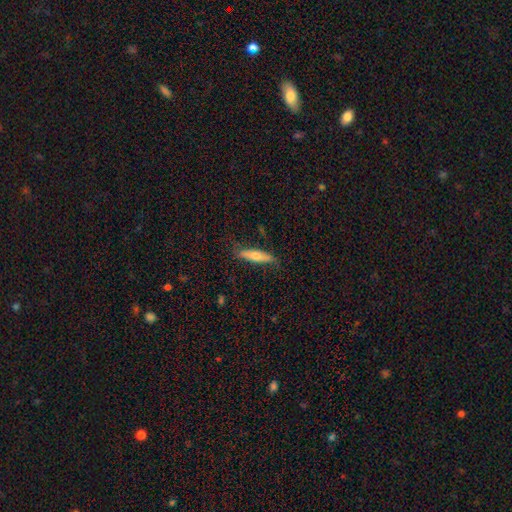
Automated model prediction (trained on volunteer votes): Smooth or featured? smooth (56%)
How rounded? cigar-shaped (76%)
Merging? none (79%)